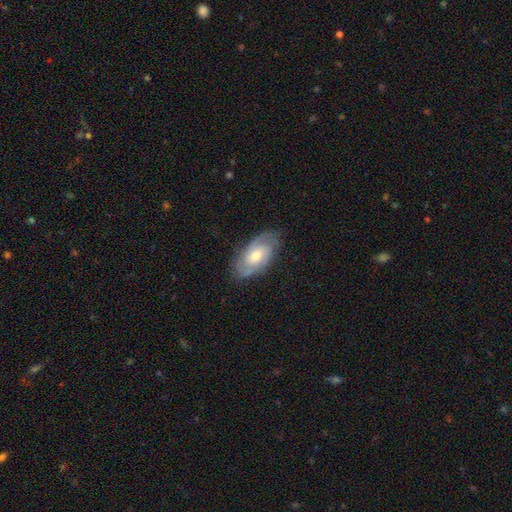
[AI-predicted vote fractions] The model was most divided on "spiral winding": tight: 53%, medium: 37%, loose: 10%. More confident: edge-on disk — no (93%); spiral arms — yes (90%); merging — none (79%); smooth or featured — featured or disk (72%); spiral arm count — 2 (65%); bulge size — moderate (61%); bar — no (61%).